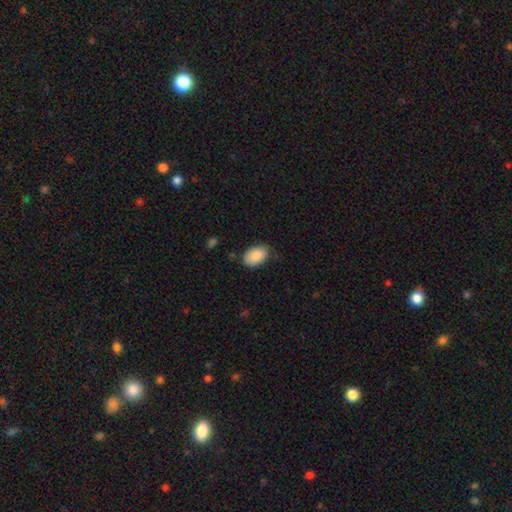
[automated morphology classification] smooth-or-featured: smooth: 87% | featured or disk: 7% | star or artifact: 6%
  how-rounded: in between: 90% | round: 9% | cigar-shaped: 1%
  merging: none: 75% | minor disturbance: 20% | major disturbance: 3% | merger: 1%